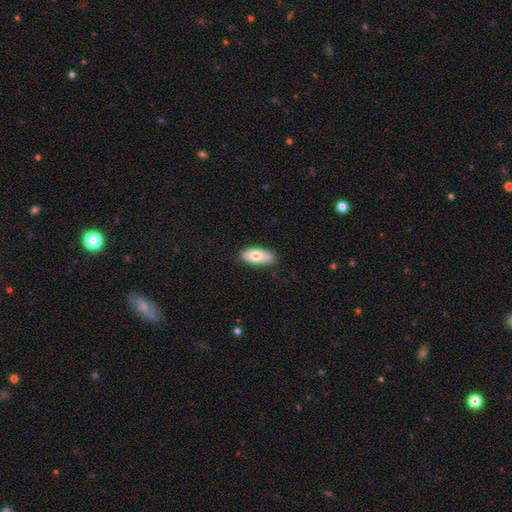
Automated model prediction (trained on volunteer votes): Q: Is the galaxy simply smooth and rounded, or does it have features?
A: smooth — 75%.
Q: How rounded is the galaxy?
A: in between — 82%.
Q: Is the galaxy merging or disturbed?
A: none — 82%.